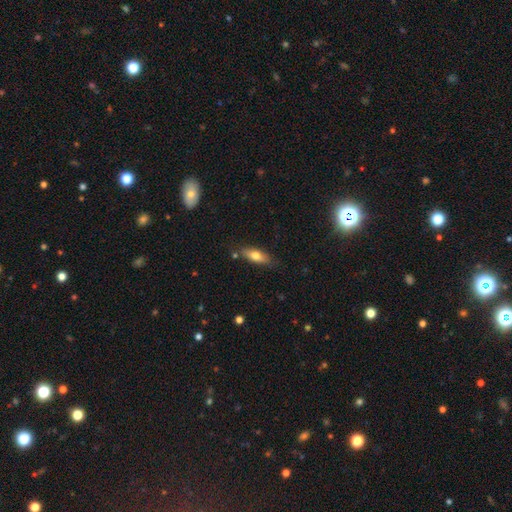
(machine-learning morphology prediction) smooth 69%, featured or disk 24%, star or artifact 7%. Down the decision tree: how rounded — in between (65%); merging — none (79%).